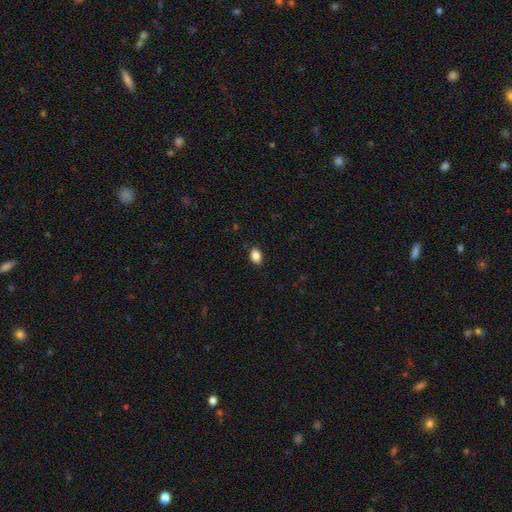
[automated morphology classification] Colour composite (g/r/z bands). It shows a smooth galaxy with no disk features (86%) that is in between round and cigar-shaped (80%). Merging: none (88%).